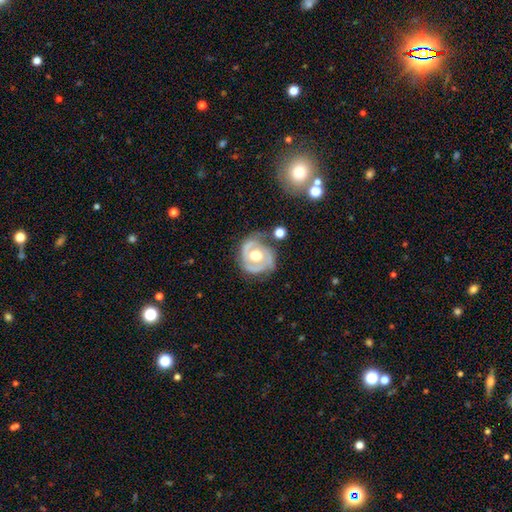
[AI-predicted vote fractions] smooth_or_featured: featured or disk (p=0.80) [alt: smooth p=0.16]
disk_edge_on: no (p=0.97) [alt: yes p=0.03]
bar: no (p=0.69) [alt: weak p=0.24]
has_spiral_arms: yes (p=0.84) [alt: no p=0.16]
spiral_winding: tight (p=0.53) [alt: medium p=0.36]
spiral_arm_count: 2 (p=0.63) [alt: can't tell p=0.15]
bulge_size: moderate (p=0.72) [alt: large p=0.21]
merging: none (p=0.58) [alt: minor disturbance p=0.25]